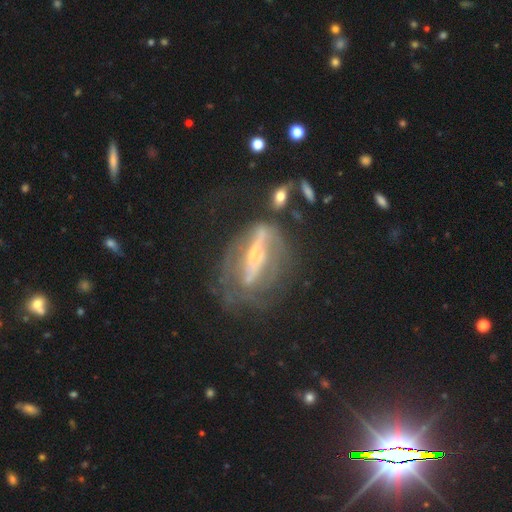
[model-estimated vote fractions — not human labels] Smooth or featured: featured or disk — 72% (smooth — 17%)
Edge-on disk: no — 74% (yes — 26%)
Bar: strong — 52% (no — 26%)
Spiral arms: no — 51% (yes — 49%)
Bulge size: small — 60% (moderate — 23%)
Merging: none — 44% (major disturbance — 28%)